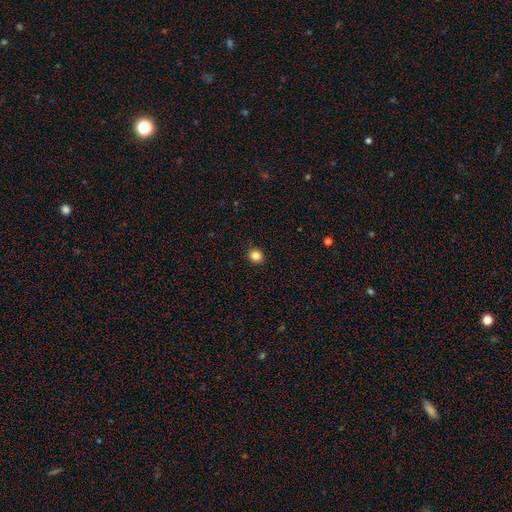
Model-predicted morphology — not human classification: A smooth galaxy with no disk features (85%) that is round (91%).

Vote fractions:
- Smooth or featured? smooth: 85% / star or artifact: 11% / featured or disk: 4%
- How rounded? round: 91% / in between: 8% / cigar-shaped: 1%
- Merging? none: 93% / minor disturbance: 5% / major disturbance: 2% / merger: 1%